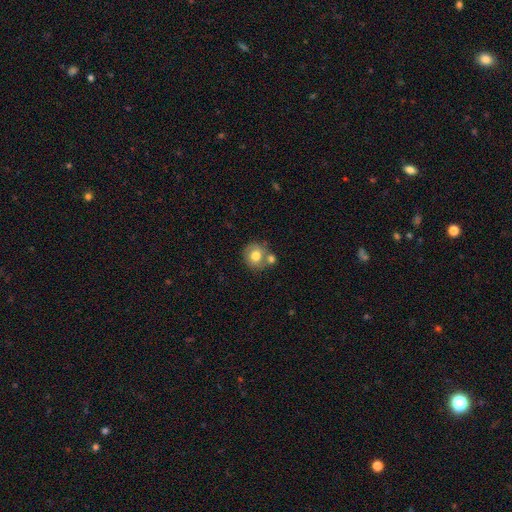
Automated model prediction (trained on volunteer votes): A smooth galaxy with no disk features (74%) that is round (83%).

Vote fractions:
- Smooth or featured? smooth: 74% / featured or disk: 18% / star or artifact: 9%
- How rounded? round: 83% / in between: 16% / cigar-shaped: 1%
- Merging? none: 56% / merger: 27% / minor disturbance: 13% / major disturbance: 4%